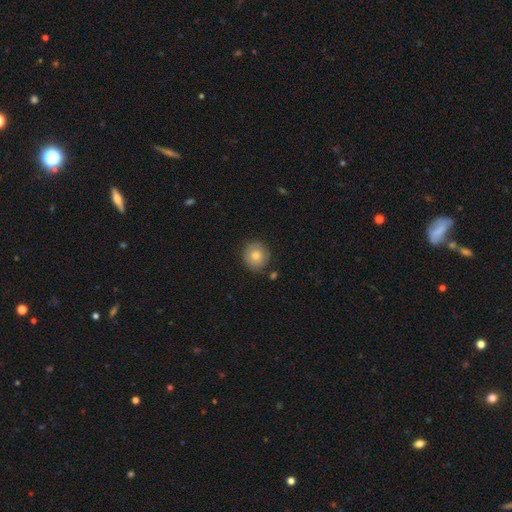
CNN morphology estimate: A smooth galaxy with no disk features (77%) that is round (92%). Merging: none (86%).